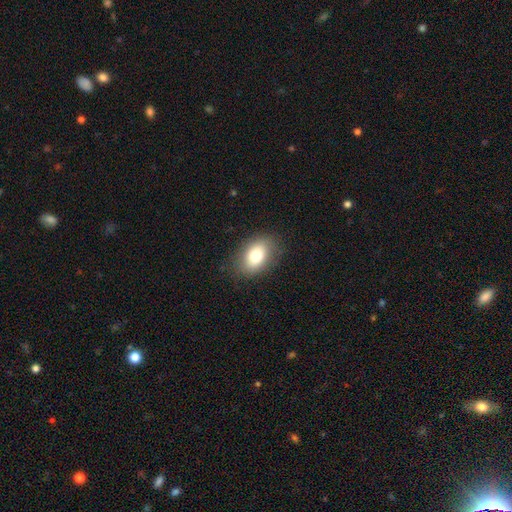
A smooth galaxy with no disk features (87%) that is in between round and cigar-shaped (82%).

Vote fractions:
- Smooth or featured? smooth: 87% / featured or disk: 8% / star or artifact: 5%
- How rounded? in between: 82% / round: 18% / cigar-shaped: 0%
- Merging? none: 86% / major disturbance: 8% / minor disturbance: 6% / merger: 0%